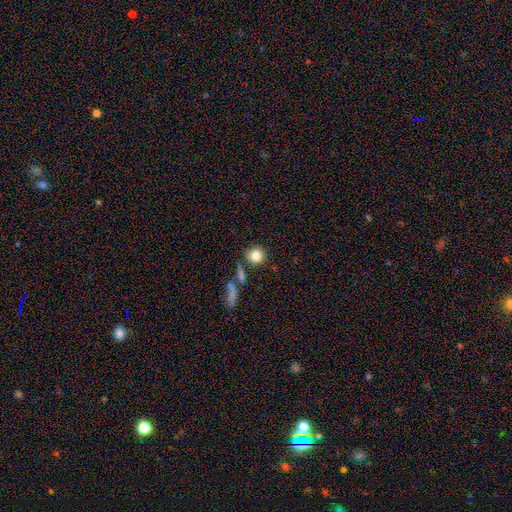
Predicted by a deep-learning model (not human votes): Overall: smooth (81%). How rounded: round (87%). Merging: none (78%).